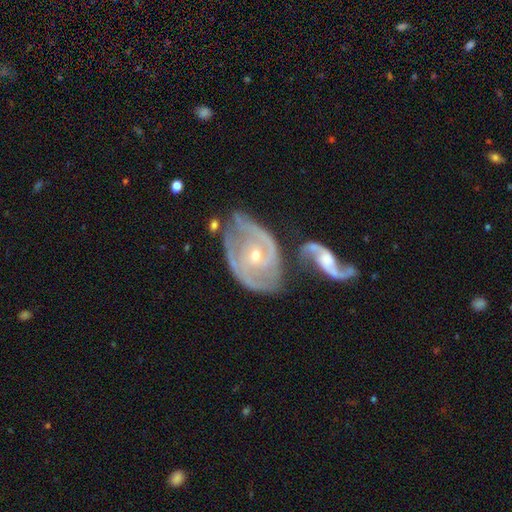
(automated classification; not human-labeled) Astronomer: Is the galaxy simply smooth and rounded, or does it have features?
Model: featured or disk — 86%.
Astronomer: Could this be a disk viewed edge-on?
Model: no — 96%.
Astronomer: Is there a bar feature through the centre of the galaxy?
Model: no — 65%.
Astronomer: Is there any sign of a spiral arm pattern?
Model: yes — 92%.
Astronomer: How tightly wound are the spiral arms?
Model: tight — 43% (runner-up: medium, 41%).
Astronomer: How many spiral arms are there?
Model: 2 — 57%.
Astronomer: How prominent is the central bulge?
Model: small — 64%.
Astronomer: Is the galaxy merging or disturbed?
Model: none — 36% (runner-up: merger, 25%).